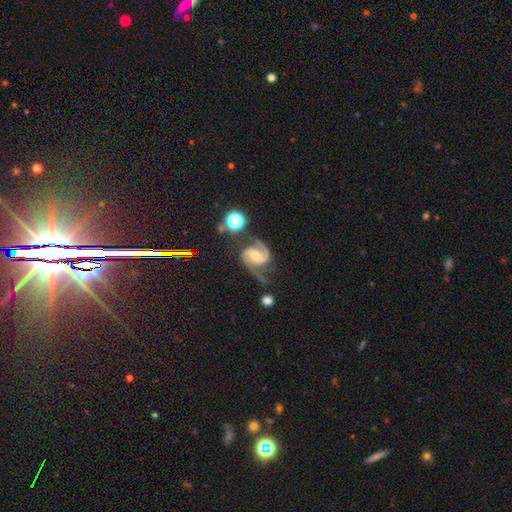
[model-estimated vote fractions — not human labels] Overall: featured or disk (91%). Edge-on disk: no (98%). Bar: no (46%; weak 38%). Spiral arms: yes (99%). Spiral arm count: 2 (93%). Spiral winding: medium (60%; tight 24%). Bulge size: moderate (51%; small 40%). Merging: none (65%).